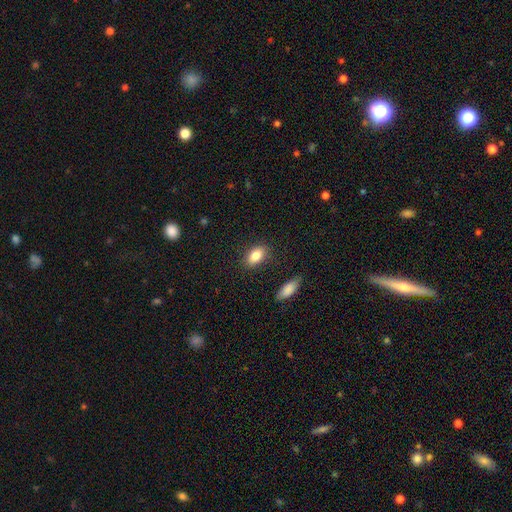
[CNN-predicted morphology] Smooth or featured? smooth (85%)
How rounded? in between (88%)
Merging? none (84%)